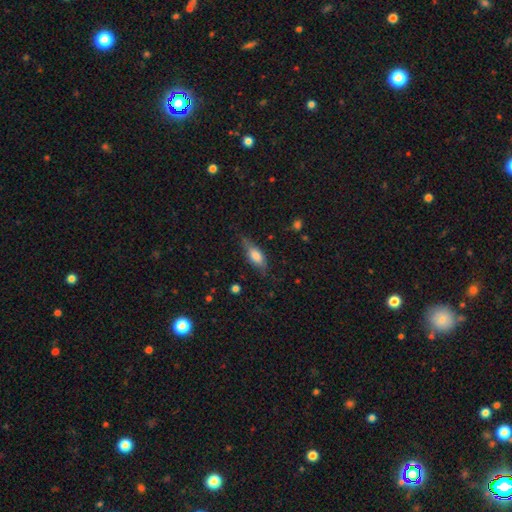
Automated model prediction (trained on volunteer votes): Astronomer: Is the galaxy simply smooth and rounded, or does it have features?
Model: smooth — 66%.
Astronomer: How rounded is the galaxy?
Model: in between — 71%.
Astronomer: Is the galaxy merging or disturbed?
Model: none — 64%.